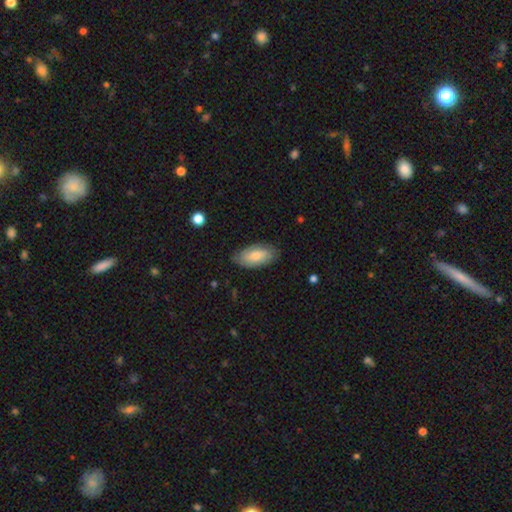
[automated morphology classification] type=smooth (69%); roundness=in between (91%); merging=none (78%).